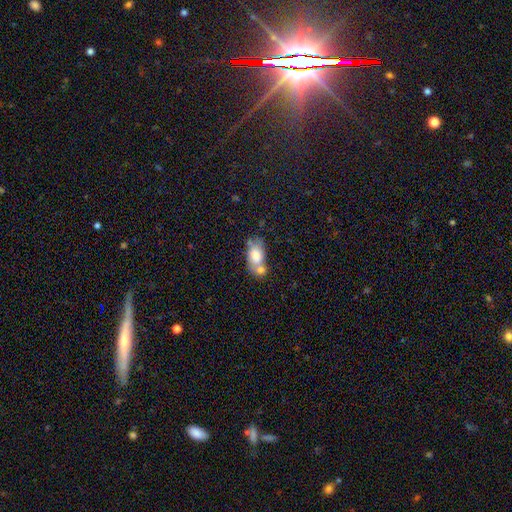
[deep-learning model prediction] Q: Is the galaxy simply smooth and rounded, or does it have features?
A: smooth — 73%.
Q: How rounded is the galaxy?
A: in between — 86%.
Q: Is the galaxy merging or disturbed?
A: merger — 48%.